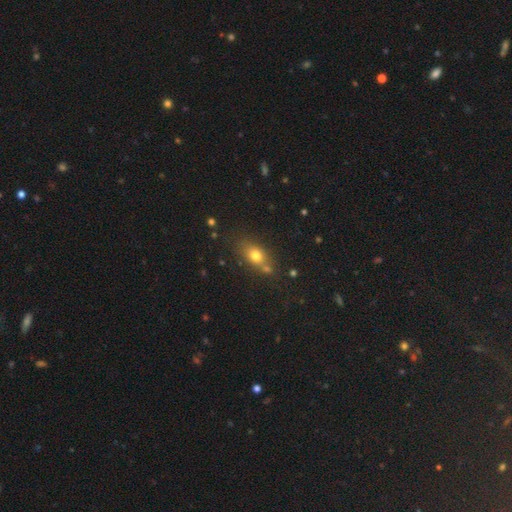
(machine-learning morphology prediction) Smooth or featured: smooth — 74% (star or artifact — 13%)
How rounded: in between — 62% (round — 32%)
Merging: none — 60% (merger — 20%)